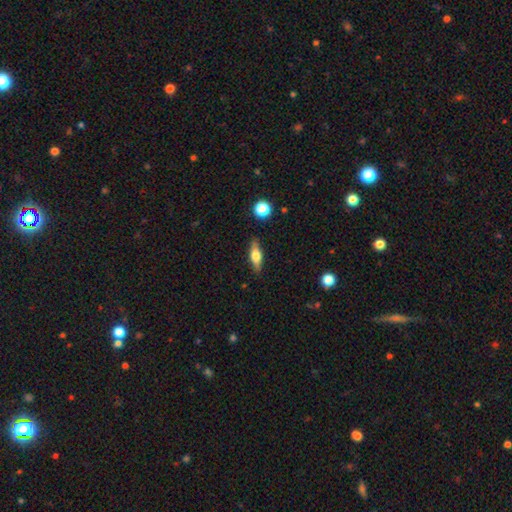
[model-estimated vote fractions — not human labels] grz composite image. It shows a smooth galaxy with no disk features (52%) that is in between round and cigar-shaped (50%). Merging: none (86%).